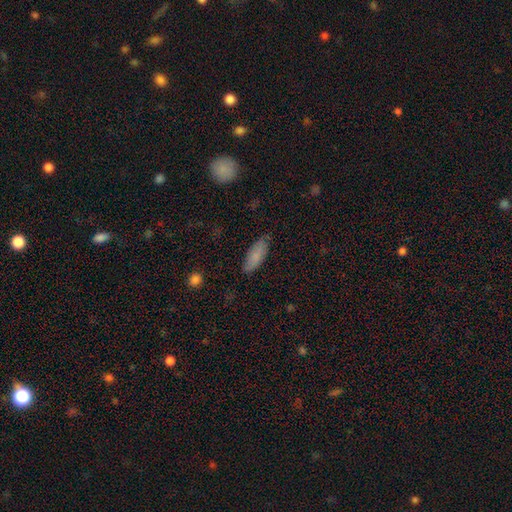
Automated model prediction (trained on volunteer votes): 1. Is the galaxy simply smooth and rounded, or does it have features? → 81% smooth, 12% featured or disk, 7% star or artifact.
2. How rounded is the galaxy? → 70% in between, 29% cigar-shaped, 2% round.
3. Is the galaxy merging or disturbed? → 78% none, 17% minor disturbance, 3% major disturbance, 1% merger.